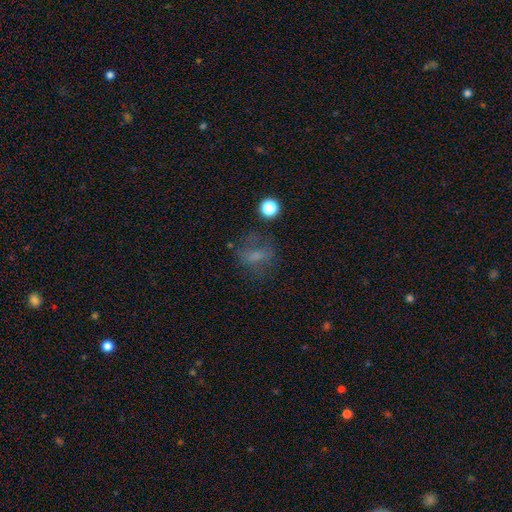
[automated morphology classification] smooth-or-featured: smooth: 54% | featured or disk: 25% | star or artifact: 21%
  how-rounded: in between: 53% | round: 41% | cigar-shaped: 6%
  merging: none: 56% | major disturbance: 20% | minor disturbance: 19% | merger: 4%